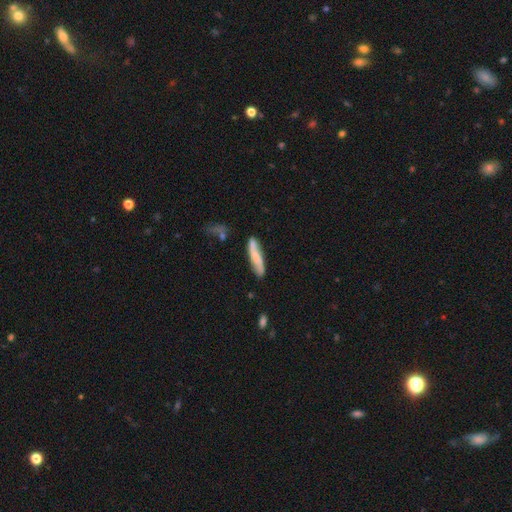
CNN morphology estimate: smooth-or-featured: smooth: 55% | featured or disk: 39% | star or artifact: 6%
  how-rounded: cigar-shaped: 83% | in between: 15% | round: 2%
  merging: none: 75% | minor disturbance: 17% | merger: 4% | major disturbance: 4%